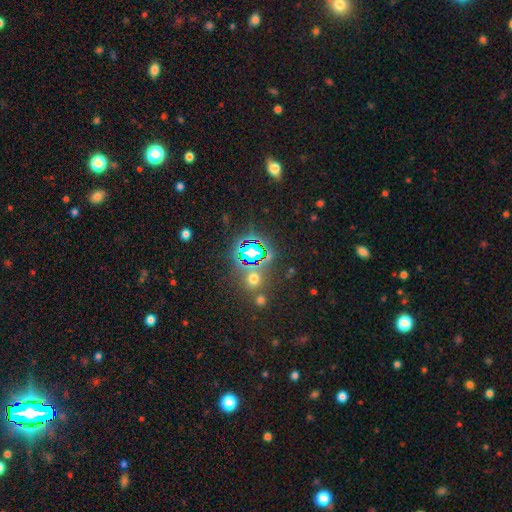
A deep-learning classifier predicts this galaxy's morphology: A star or artifact, not a galaxy (71%).

Vote fractions:
- Smooth or featured? star or artifact: 71% / smooth: 19% / featured or disk: 9%